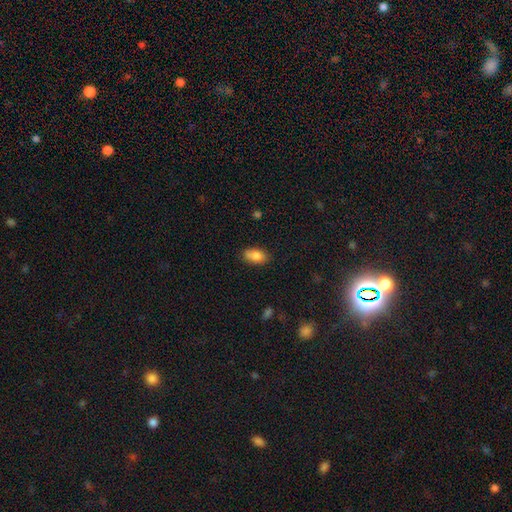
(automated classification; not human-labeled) A smooth galaxy with no disk features (84%) that is in between round and cigar-shaped (91%). Merging: none (82%).